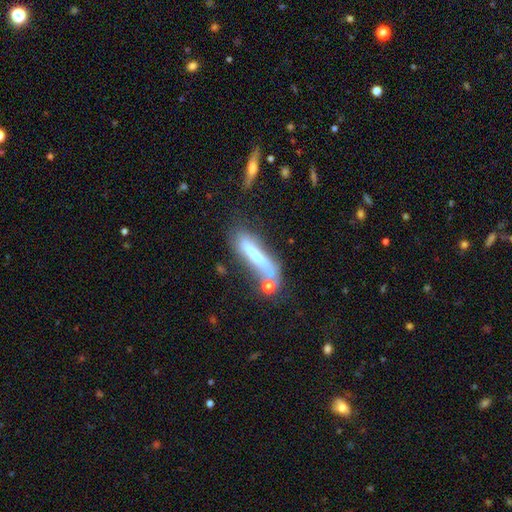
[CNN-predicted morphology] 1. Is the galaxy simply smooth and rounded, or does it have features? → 46% featured or disk, 44% smooth, 10% star or artifact.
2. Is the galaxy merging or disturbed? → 47% none, 20% minor disturbance, 20% merger, 12% major disturbance.